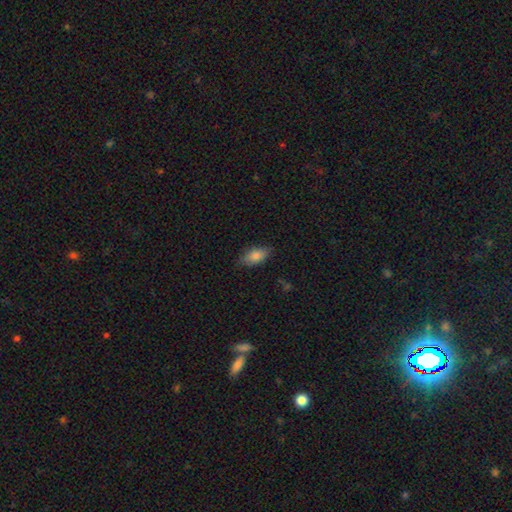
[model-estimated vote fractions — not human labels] Q: Smooth or featured?
A: smooth (83%); runner-up: featured or disk (10%)
Q: How rounded?
A: in between (89%); runner-up: cigar-shaped (7%)
Q: Merging?
A: none (80%); runner-up: minor disturbance (16%)